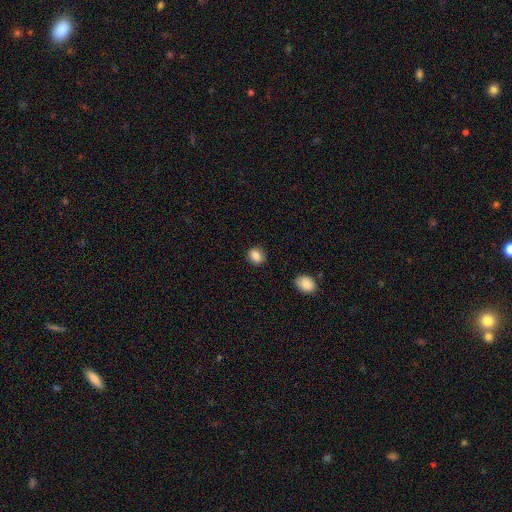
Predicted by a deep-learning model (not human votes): This appears to be a smooth galaxy with no disk features (86%) that is round (56%). Merging: none (87%).